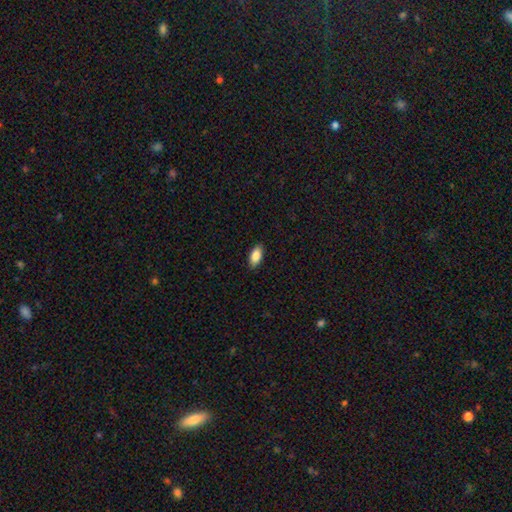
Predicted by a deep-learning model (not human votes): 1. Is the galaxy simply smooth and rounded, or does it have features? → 88% smooth, 7% star or artifact, 6% featured or disk.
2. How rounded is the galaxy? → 92% in between, 5% cigar-shaped, 3% round.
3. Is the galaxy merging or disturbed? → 88% none, 9% minor disturbance, 2% major disturbance, 1% merger.